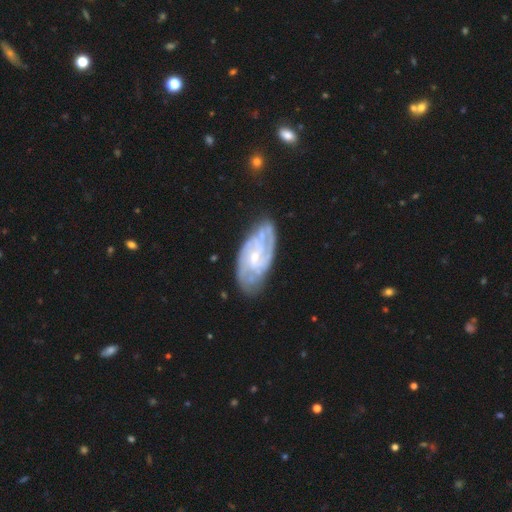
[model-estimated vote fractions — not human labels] Smooth or featured? featured or disk (84%)
Edge-on disk? no (95%)
Bar? no (48%)
Spiral arms? yes (95%)
Spiral winding? tight (55%)
Spiral arm count? 2 (30%)
Bulge size? small (66%)
Merging? none (72%)